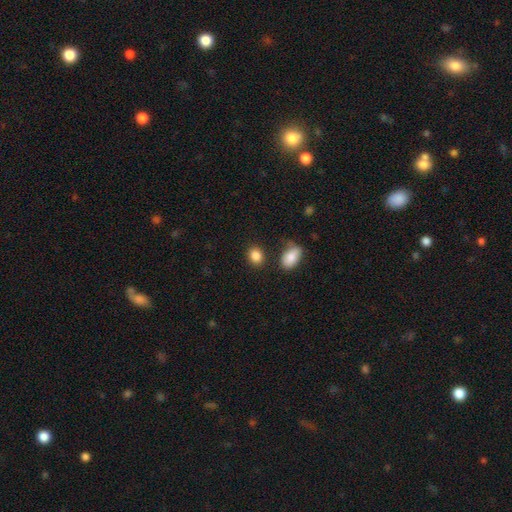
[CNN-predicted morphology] type=smooth (86%); roundness=in between (52%); merging=none (80%).